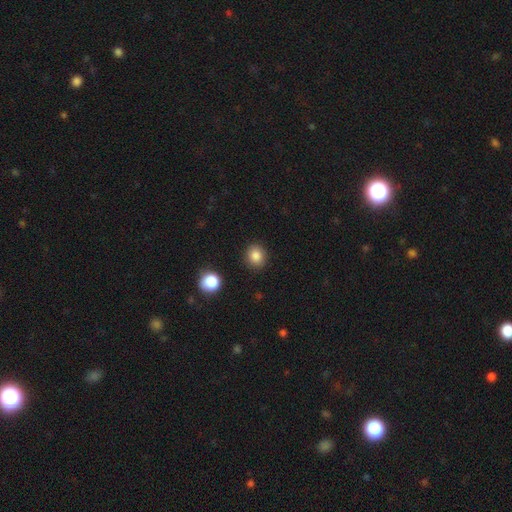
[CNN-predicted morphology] smooth_or_featured: smooth (p=0.85) [alt: star or artifact p=0.11]
how_rounded: round (p=0.79) [alt: in between p=0.20]
merging: none (p=0.89) [alt: minor disturbance p=0.07]